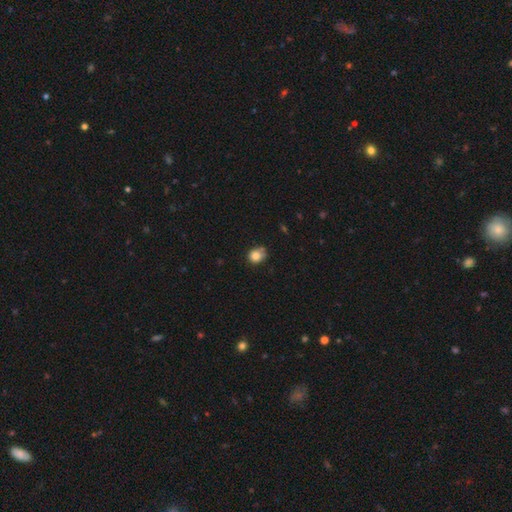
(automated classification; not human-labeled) smooth_or_featured: smooth (p=0.82) [alt: star or artifact p=0.10]
how_rounded: round (p=0.71) [alt: in between p=0.29]
merging: none (p=0.58) [alt: minor disturbance p=0.31]